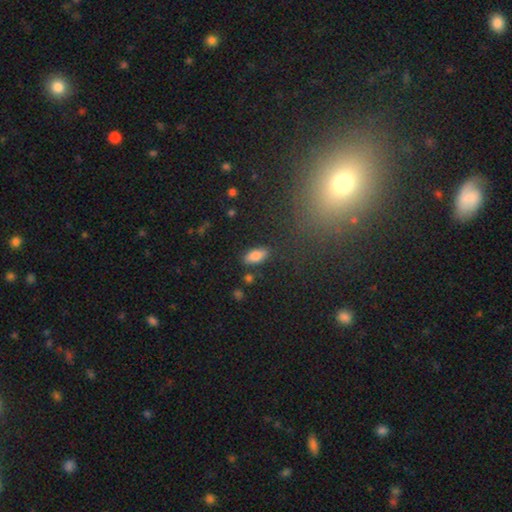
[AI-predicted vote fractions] A smooth galaxy with no disk features (81%) that is in between round and cigar-shaped (87%).

Vote fractions:
- Smooth or featured? smooth: 81% / featured or disk: 11% / star or artifact: 8%
- How rounded? in between: 87% / cigar-shaped: 9% / round: 3%
- Merging? none: 84% / minor disturbance: 11% / major disturbance: 3% / merger: 3%